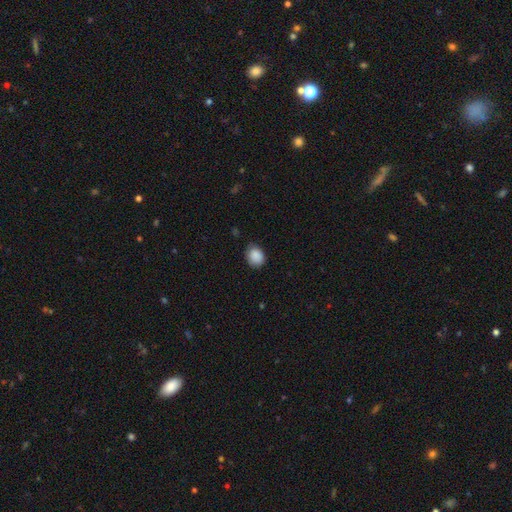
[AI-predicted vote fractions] Smooth or featured? smooth (88%)
How rounded? round (51%)
Merging? none (74%)